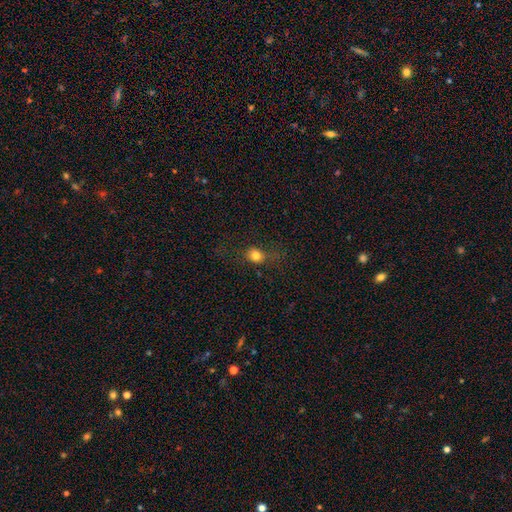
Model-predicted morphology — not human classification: A smooth galaxy with no disk features (76%) that is round (70%). Merging: none (59%).